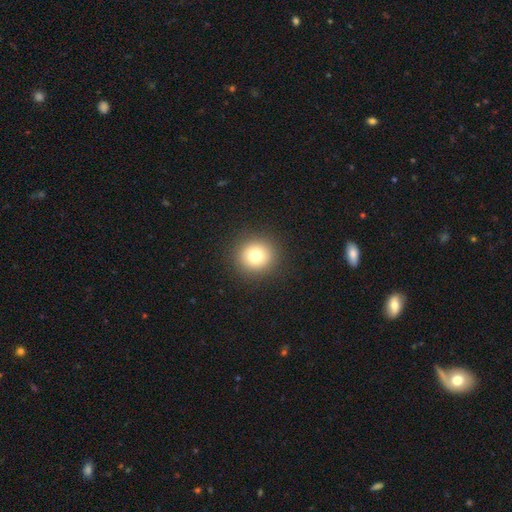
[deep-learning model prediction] This appears to be a smooth galaxy with no disk features (76%) that is round (93%). Merging: none (91%).